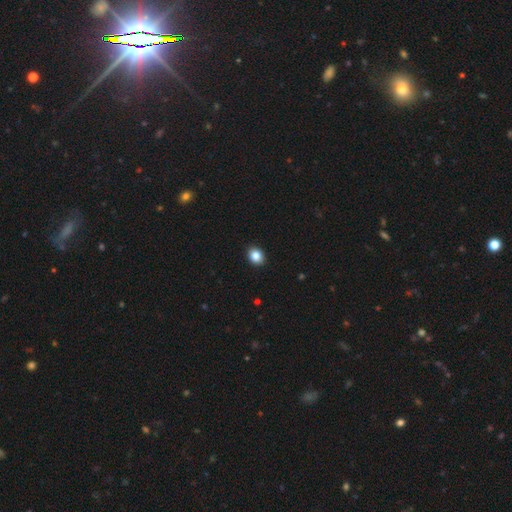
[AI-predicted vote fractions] Smooth or featured?
  - smooth: 86% *
  - star or artifact: 9%
  - featured or disk: 5%
How rounded?
  - round: 51% *
  - in between: 48%
  - cigar-shaped: 1%
Merging?
  - none: 92% *
  - minor disturbance: 6%
  - major disturbance: 2%
  - merger: 1%